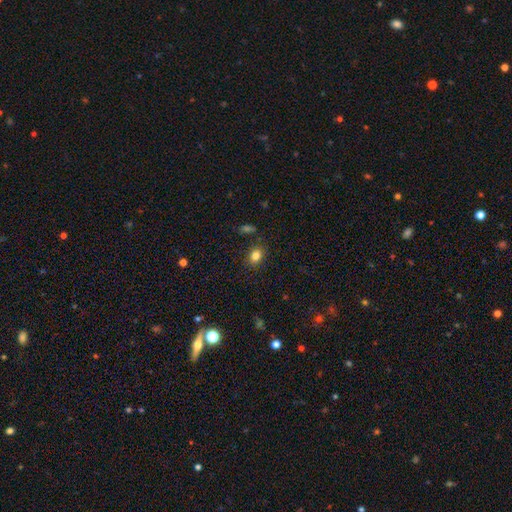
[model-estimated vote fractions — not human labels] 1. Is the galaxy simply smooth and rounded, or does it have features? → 82% smooth, 11% star or artifact, 7% featured or disk.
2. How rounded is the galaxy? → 61% in between, 38% round, 1% cigar-shaped.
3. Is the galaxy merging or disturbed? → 85% none, 10% minor disturbance, 3% major disturbance, 2% merger.